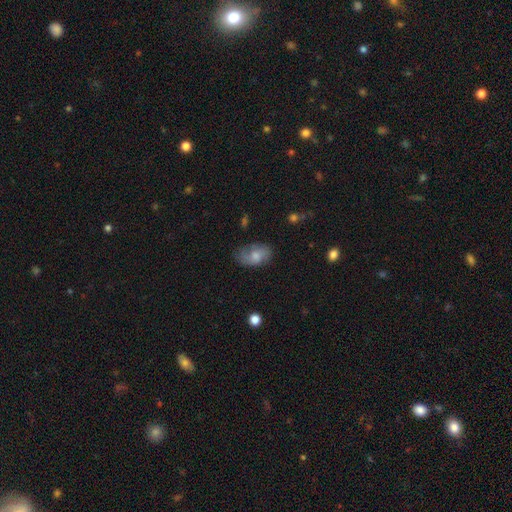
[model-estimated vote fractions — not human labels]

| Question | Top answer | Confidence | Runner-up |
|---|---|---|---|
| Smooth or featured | smooth | 62% | featured or disk (31%) |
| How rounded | in between | 89% | round (9%) |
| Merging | none | 62% | minor disturbance (27%) |